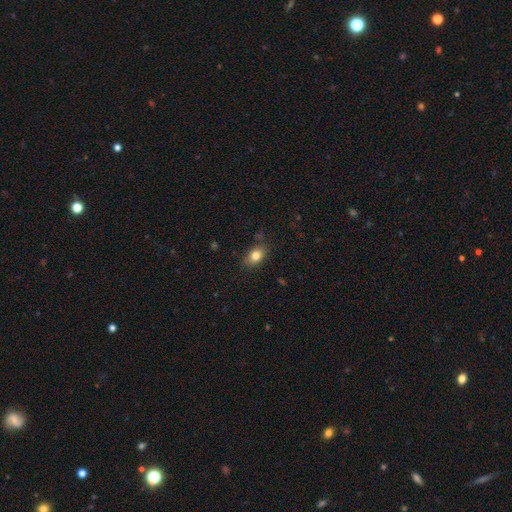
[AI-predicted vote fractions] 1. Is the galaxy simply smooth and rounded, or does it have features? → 82% smooth, 9% featured or disk, 9% star or artifact.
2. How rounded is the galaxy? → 82% in between, 17% round, 2% cigar-shaped.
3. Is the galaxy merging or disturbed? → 82% none, 14% minor disturbance, 3% major disturbance, 2% merger.